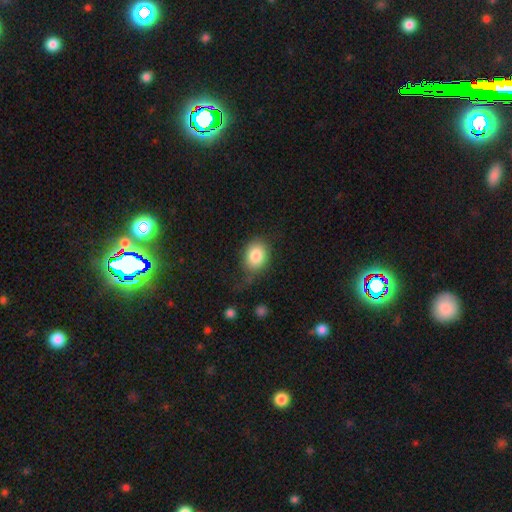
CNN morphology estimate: Smooth or featured?
  - smooth: 84% *
  - featured or disk: 8%
  - star or artifact: 8%
How rounded?
  - in between: 50% *
  - round: 49%
  - cigar-shaped: 1%
Merging?
  - none: 63% *
  - minor disturbance: 23%
  - major disturbance: 11%
  - merger: 3%